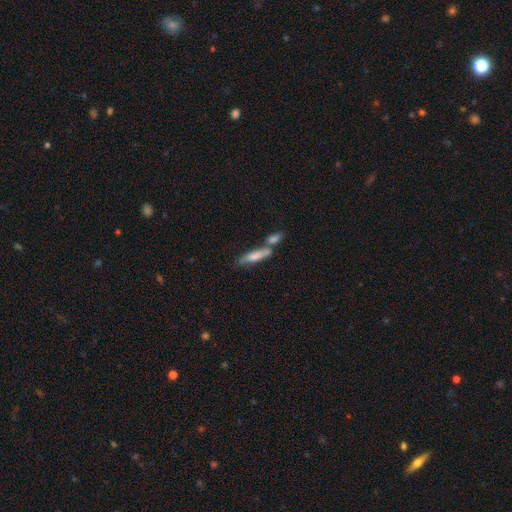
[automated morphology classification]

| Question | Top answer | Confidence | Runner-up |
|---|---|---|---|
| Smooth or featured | smooth | 70% | featured or disk (24%) |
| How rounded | cigar-shaped | 73% | in between (25%) |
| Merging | merger | 43% | none (40%) |